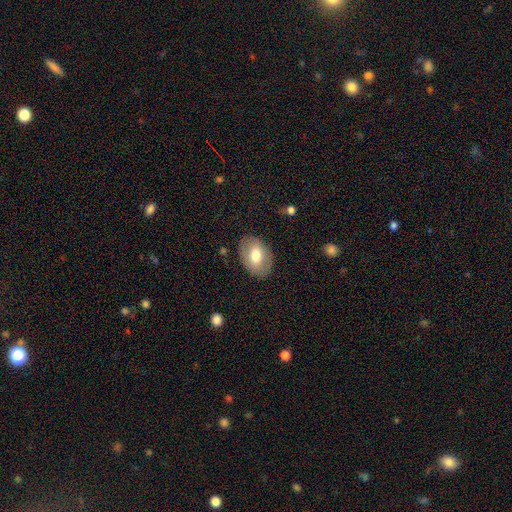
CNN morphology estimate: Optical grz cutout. It shows a smooth galaxy with no disk features (65%) that is in between round and cigar-shaped (83%). Merging: none (84%).